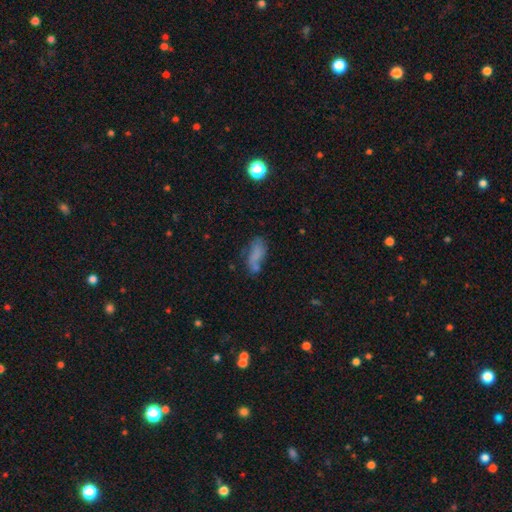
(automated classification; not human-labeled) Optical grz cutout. It shows a smooth galaxy with no disk features (64%) that is in between round and cigar-shaped (75%). Merging: none (43%).